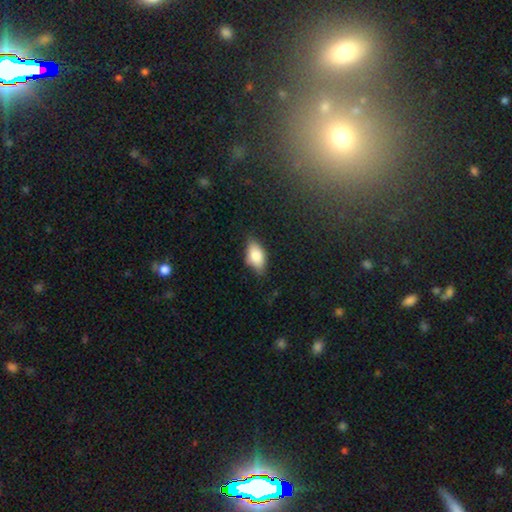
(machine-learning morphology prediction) smooth-or-featured: smooth: 80% | featured or disk: 13% | star or artifact: 7%
  how-rounded: in between: 90% | cigar-shaped: 6% | round: 4%
  merging: none: 74% | minor disturbance: 20% | major disturbance: 4% | merger: 2%